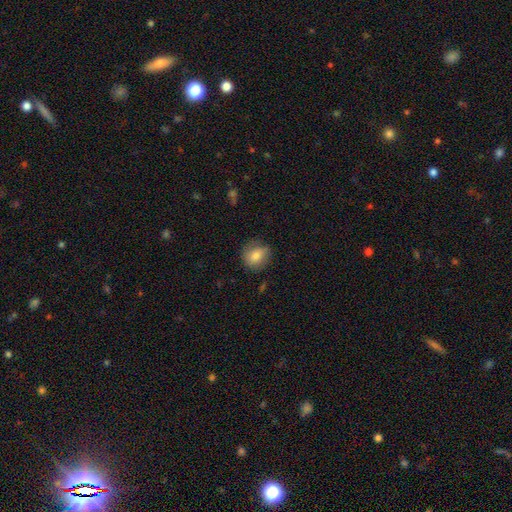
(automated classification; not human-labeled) Morphology: type=smooth (79%); roundness=round (73%); merging=none (73%).